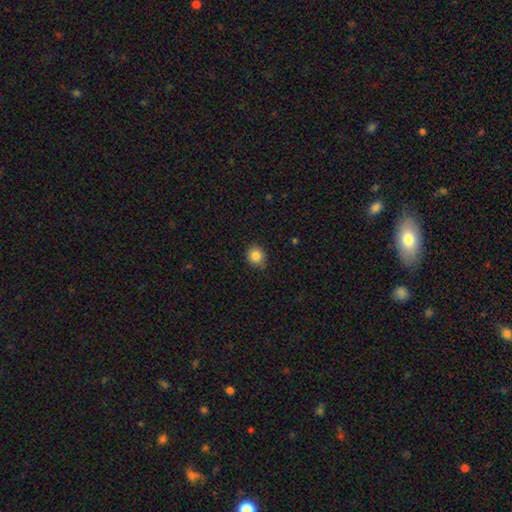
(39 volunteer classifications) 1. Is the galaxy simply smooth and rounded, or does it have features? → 87% smooth, 8% featured or disk, 5% star or artifact.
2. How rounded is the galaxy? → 68% round, 32% in between, 0% cigar-shaped.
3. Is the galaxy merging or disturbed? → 78% none, 19% minor disturbance, 3% major disturbance, 0% merger.